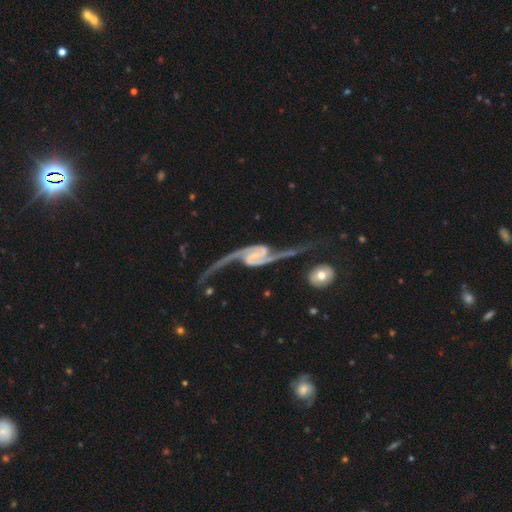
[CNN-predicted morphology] A featured or disk galaxy (94%) with a weak bar (40%), 2 (95%) loose (71%) spiral arms (98%) and a small central bulge (54%). Merging: none (54%).